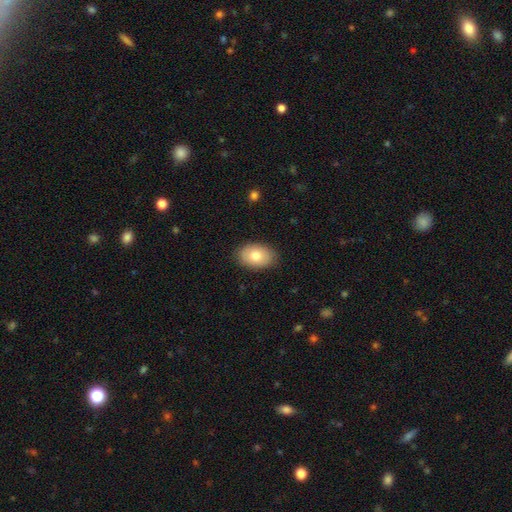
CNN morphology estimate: Q: Smooth or featured?
A: smooth (79%); runner-up: featured or disk (14%)
Q: How rounded?
A: in between (86%); runner-up: round (13%)
Q: Merging?
A: none (87%); runner-up: minor disturbance (10%)